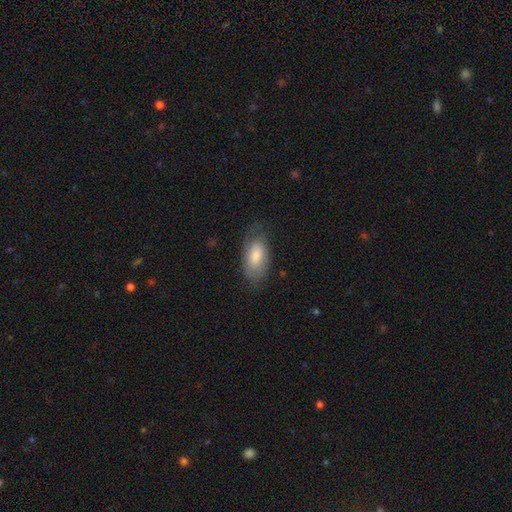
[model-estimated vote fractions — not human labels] The model was most divided on "merging": none: 67%, minor disturbance: 23%, major disturbance: 9%, merger: 1%. More confident: how rounded — in between (93%); smooth or featured — smooth (79%).